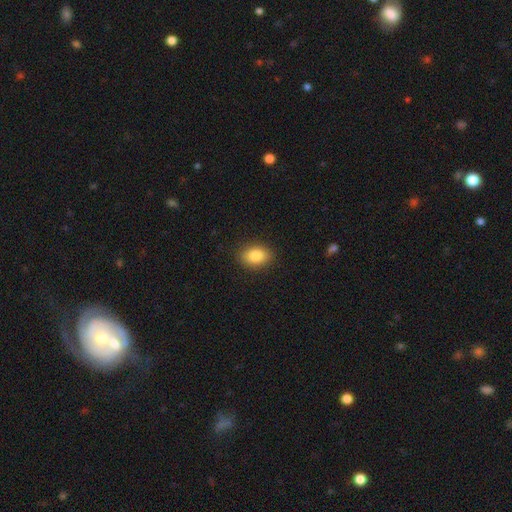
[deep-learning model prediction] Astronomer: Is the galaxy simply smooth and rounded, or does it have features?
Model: smooth — 85%.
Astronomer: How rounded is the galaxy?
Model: in between — 80%.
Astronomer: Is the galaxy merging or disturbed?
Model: none — 89%.